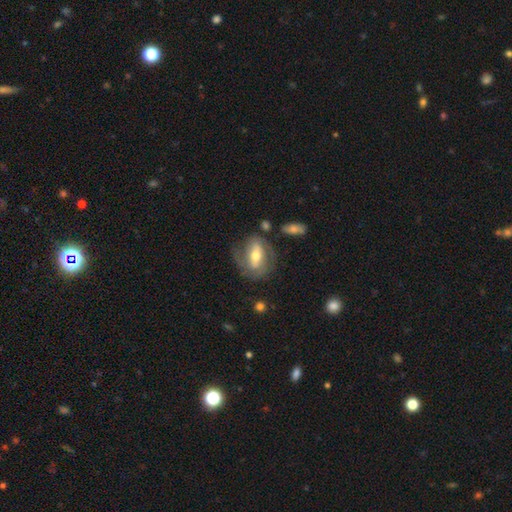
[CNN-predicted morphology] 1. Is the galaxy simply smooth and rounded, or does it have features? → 61% featured or disk, 32% smooth, 7% star or artifact.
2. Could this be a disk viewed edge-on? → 86% no, 14% yes.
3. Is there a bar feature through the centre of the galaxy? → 47% strong, 29% weak, 24% no.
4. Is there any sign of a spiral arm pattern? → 57% yes, 43% no.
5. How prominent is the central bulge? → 67% moderate, 23% small, 8% large, 1% dominant, 1% none.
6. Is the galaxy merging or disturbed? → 65% none, 19% minor disturbance, 12% major disturbance, 4% merger.